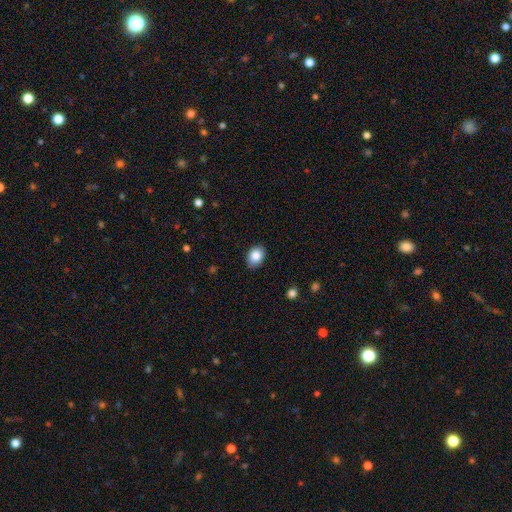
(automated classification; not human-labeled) Smooth or featured? Predicted: smooth (p=0.85). How rounded? Predicted: in between (p=0.68). Merging? Predicted: none (p=0.87).